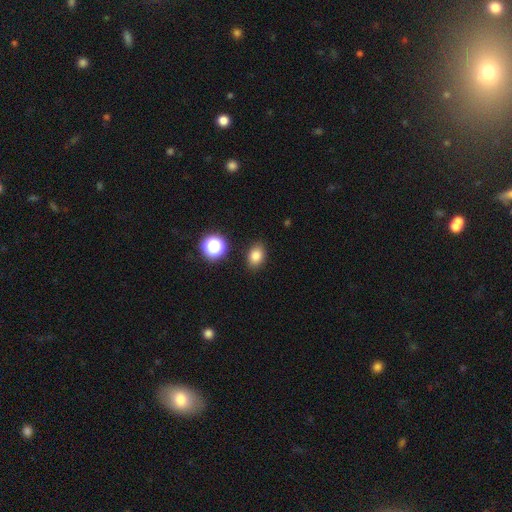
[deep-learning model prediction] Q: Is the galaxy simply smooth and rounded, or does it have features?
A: smooth — 81%.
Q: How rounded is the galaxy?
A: in between — 74%.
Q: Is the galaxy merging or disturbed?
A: none — 85%.